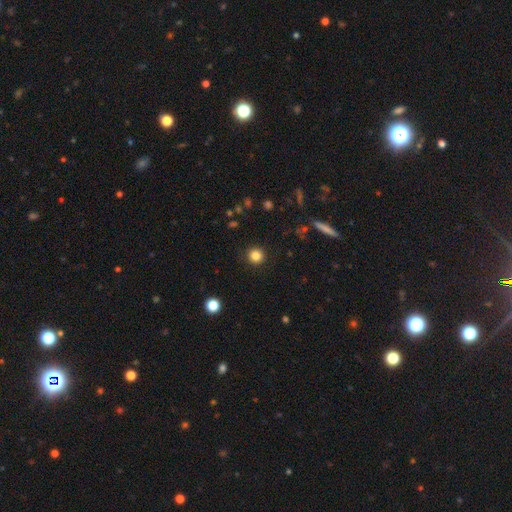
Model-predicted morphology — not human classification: Smooth or featured: smooth — 84% (star or artifact — 11%)
How rounded: round — 94% (in between — 5%)
Merging: none — 92% (minor disturbance — 5%)